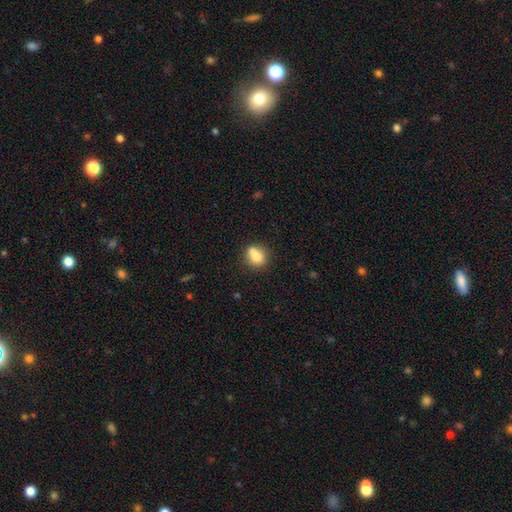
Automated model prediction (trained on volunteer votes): A smooth galaxy with no disk features (71%) that is round (74%). Merging: merger (46%).